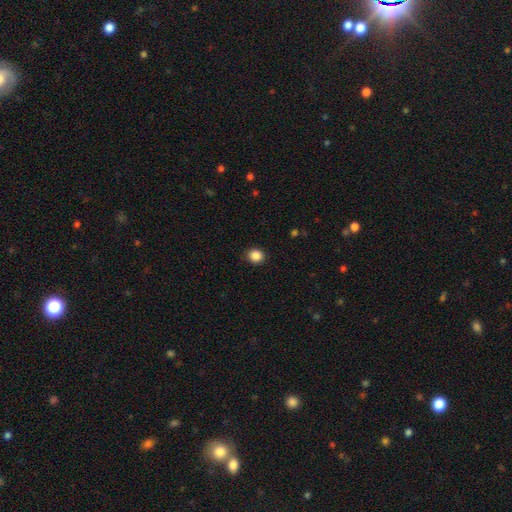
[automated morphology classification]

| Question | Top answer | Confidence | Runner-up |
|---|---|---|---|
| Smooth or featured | smooth | 87% | star or artifact (10%) |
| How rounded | round | 78% | in between (21%) |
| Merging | none | 89% | minor disturbance (8%) |